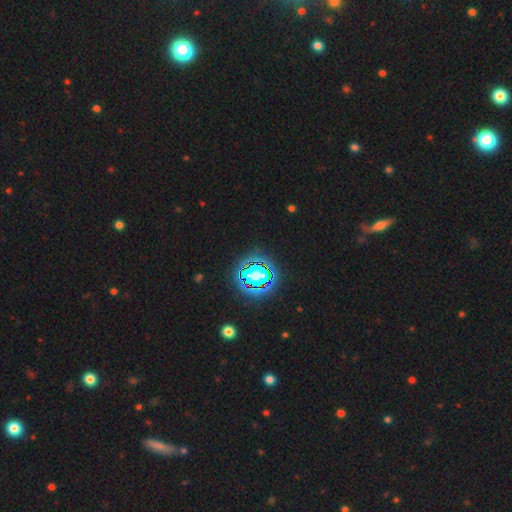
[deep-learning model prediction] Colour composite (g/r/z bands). It shows a star or artifact, not a galaxy (79%).